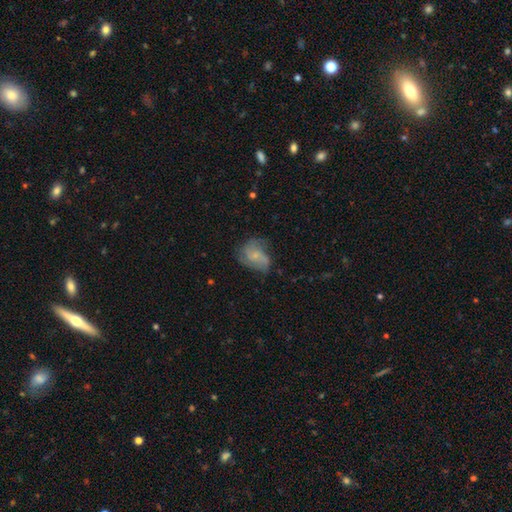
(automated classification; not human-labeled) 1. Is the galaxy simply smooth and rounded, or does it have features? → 59% featured or disk, 33% smooth, 8% star or artifact.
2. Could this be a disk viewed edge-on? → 98% no, 2% yes.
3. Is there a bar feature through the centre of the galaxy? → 67% no, 28% weak, 5% strong.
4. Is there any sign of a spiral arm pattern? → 84% yes, 16% no.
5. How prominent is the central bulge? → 62% small, 19% moderate, 16% none, 2% large, 1% dominant.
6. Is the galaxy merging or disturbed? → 51% none, 29% minor disturbance, 18% major disturbance, 2% merger.